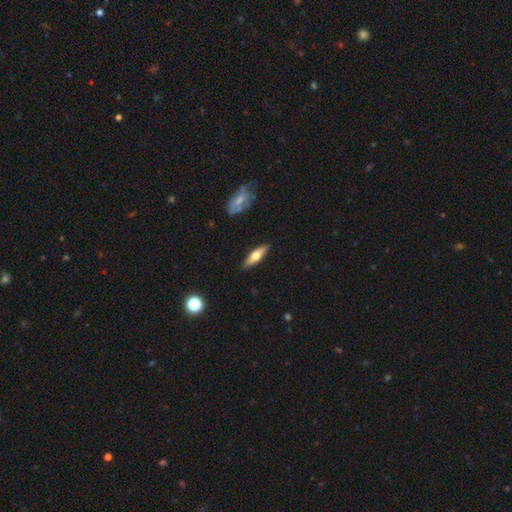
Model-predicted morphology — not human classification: smooth-or-featured: featured or disk: 48% | smooth: 46% | star or artifact: 5%
  merging: none: 89% | minor disturbance: 8% | major disturbance: 2% | merger: 2%